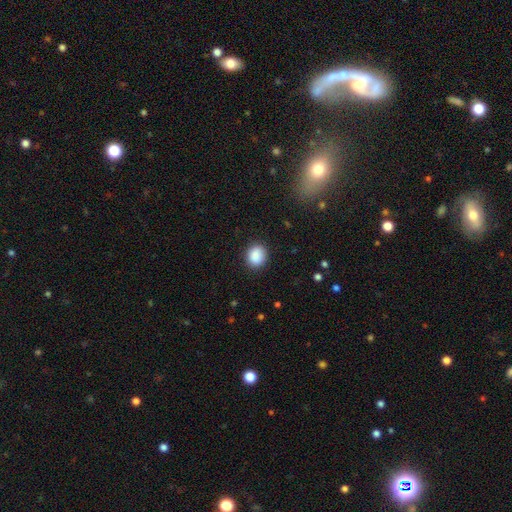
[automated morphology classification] Q: Smooth or featured?
A: smooth (89%); runner-up: star or artifact (8%)
Q: How rounded?
A: round (59%); runner-up: in between (40%)
Q: Merging?
A: none (87%); runner-up: minor disturbance (10%)